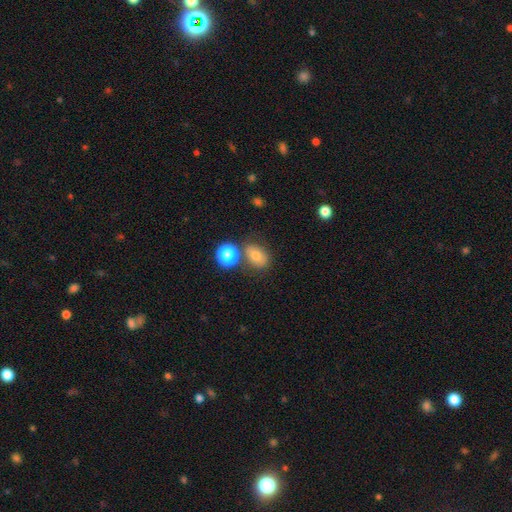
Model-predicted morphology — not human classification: This is likely a smooth galaxy (74%). How rounded: likely in between (63%). Merging: likely none (68%).